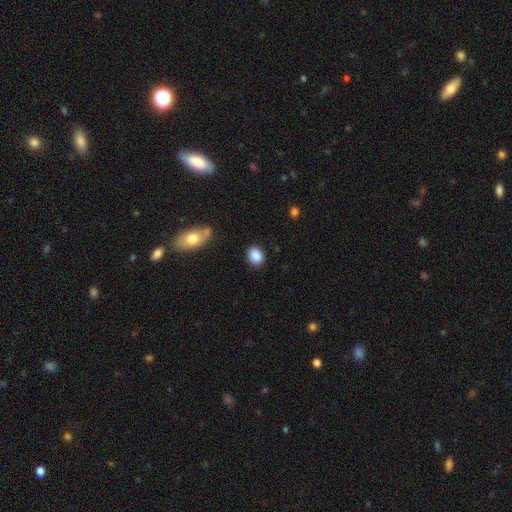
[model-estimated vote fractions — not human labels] smooth_or_featured: smooth (p=0.88) [alt: star or artifact p=0.08]
how_rounded: in between (p=0.59) [alt: round p=0.39]
merging: none (p=0.86) [alt: minor disturbance p=0.10]